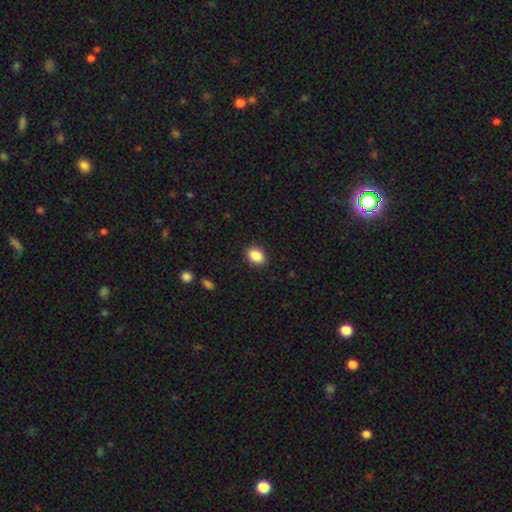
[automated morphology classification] Smooth or featured? smooth (88%)
How rounded? in between (71%)
Merging? none (89%)